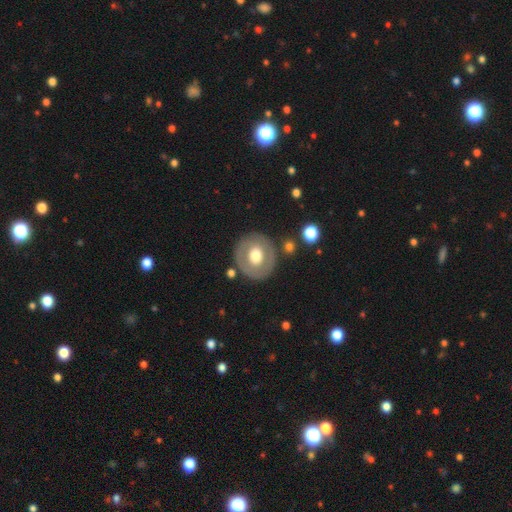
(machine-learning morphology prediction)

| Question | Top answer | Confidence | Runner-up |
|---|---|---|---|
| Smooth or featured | smooth | 51% | featured or disk (43%) |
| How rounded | round | 82% | in between (17%) |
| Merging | none | 81% | minor disturbance (11%) |